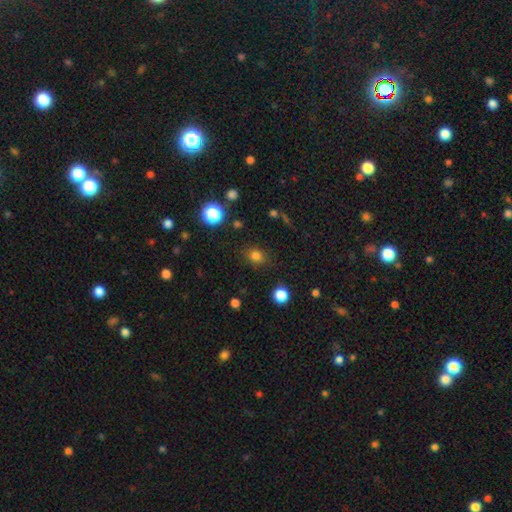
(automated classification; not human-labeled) A smooth galaxy with no disk features (79%) that is round (69%). Merging: none (83%).